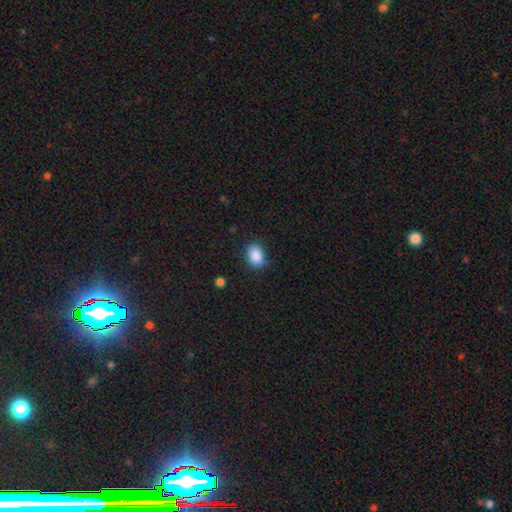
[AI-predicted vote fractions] The model was most divided on "how rounded": in between: 77%, round: 22%, cigar-shaped: 1%. More confident: smooth or featured — smooth (87%); merging — none (76%).